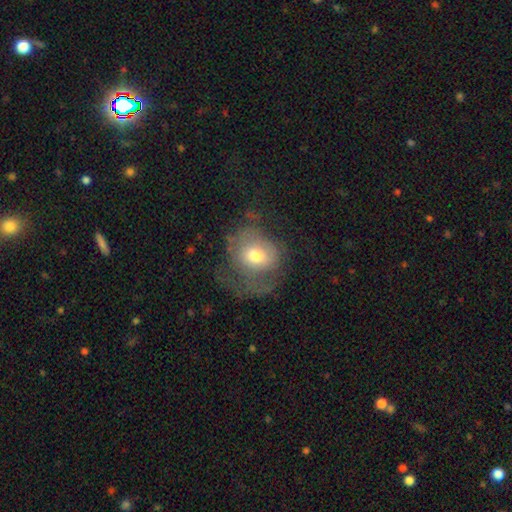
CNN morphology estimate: Smooth or featured? smooth (57%)
How rounded? round (66%)
Merging? major disturbance (41%)